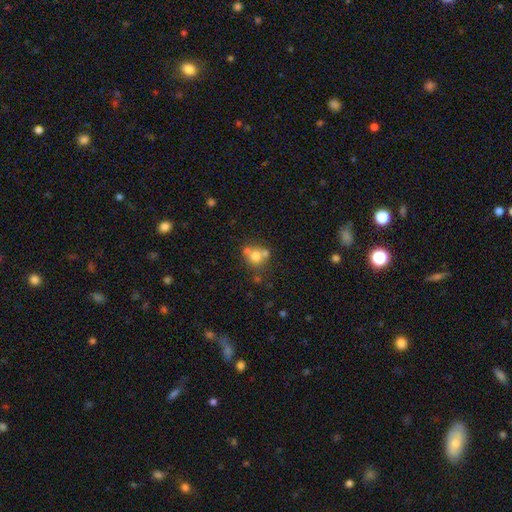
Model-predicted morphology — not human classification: Q: Smooth or featured?
A: smooth (66%); runner-up: featured or disk (20%)
Q: How rounded?
A: round (80%); runner-up: in between (19%)
Q: Merging?
A: none (44%); runner-up: merger (42%)